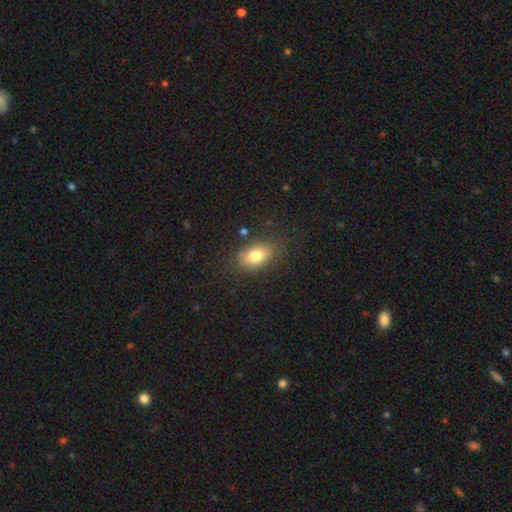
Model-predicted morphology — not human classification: Overall: smooth (78%). How rounded: in between (85%). Merging: none (79%).